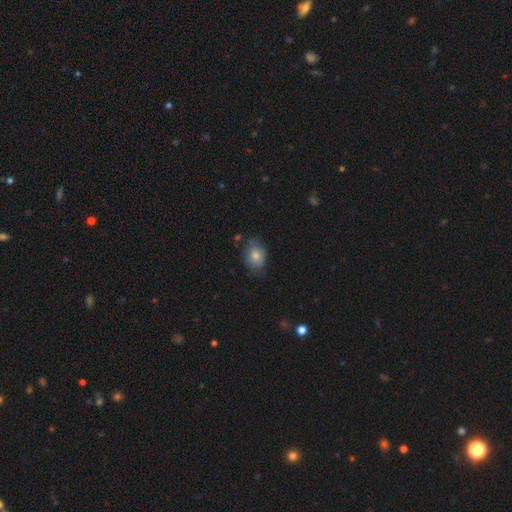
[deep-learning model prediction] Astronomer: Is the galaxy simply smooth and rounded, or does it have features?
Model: smooth — 74%.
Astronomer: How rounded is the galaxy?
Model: in between — 60% (runner-up: round, 39%).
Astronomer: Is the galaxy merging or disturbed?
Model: none — 72%.